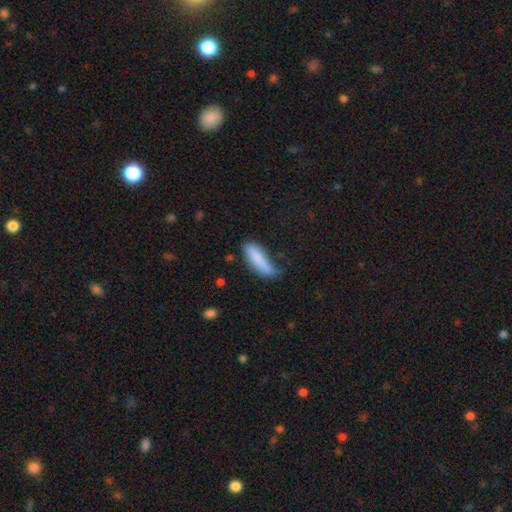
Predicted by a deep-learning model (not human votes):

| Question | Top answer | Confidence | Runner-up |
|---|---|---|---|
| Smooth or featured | smooth | 75% | featured or disk (15%) |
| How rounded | cigar-shaped | 68% | in between (30%) |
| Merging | none | 50% | minor disturbance (33%) |